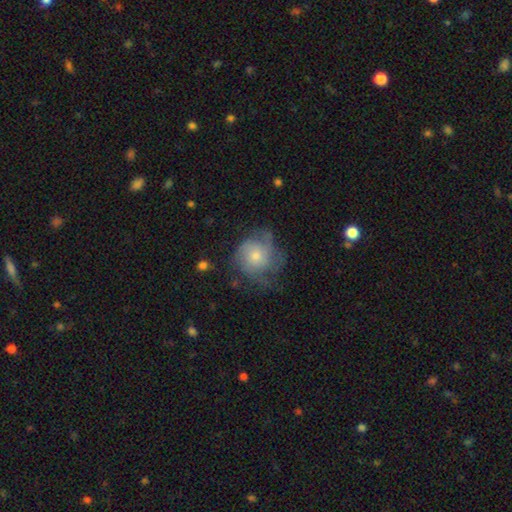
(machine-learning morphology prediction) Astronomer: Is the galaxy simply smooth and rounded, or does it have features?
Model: featured or disk — 51% (runner-up: smooth, 39%).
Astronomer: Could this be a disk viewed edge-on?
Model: no — 97%.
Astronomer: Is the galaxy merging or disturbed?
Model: none — 55%.